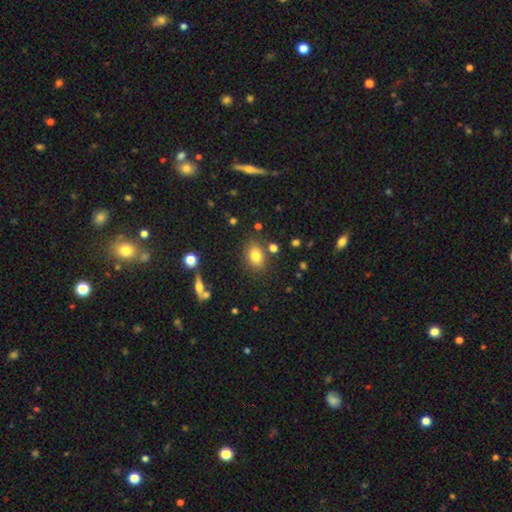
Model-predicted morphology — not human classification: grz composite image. It shows a smooth galaxy with no disk features (79%) that is in between round and cigar-shaped (71%). Merging: none (78%).